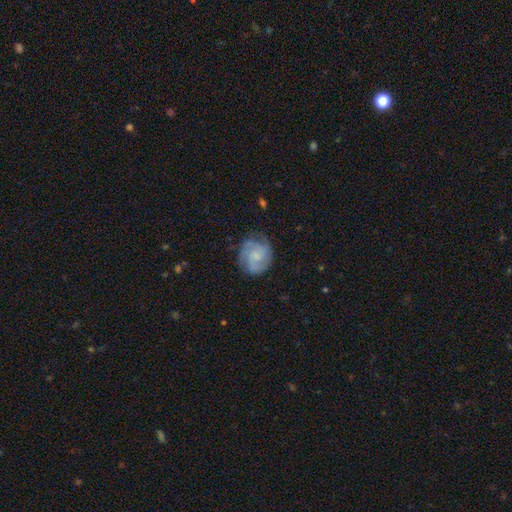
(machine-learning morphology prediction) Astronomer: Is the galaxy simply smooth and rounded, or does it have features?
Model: featured or disk — 66%.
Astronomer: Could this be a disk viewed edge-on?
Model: no — 98%.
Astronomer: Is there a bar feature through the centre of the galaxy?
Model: no — 70%.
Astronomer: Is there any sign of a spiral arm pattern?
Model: yes — 93%.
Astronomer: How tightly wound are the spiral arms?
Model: tight — 44% (runner-up: medium, 43%).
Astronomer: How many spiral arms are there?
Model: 3 — 40% (runner-up: can't tell, 21%).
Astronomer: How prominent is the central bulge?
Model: small — 54%.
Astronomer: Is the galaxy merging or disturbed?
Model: none — 74%.